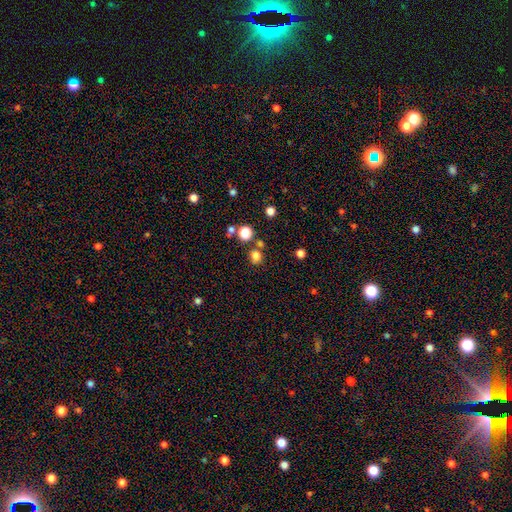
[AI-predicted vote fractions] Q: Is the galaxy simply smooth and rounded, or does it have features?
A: smooth — 78%.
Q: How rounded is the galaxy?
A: round — 79%.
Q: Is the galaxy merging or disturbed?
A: none — 73%.